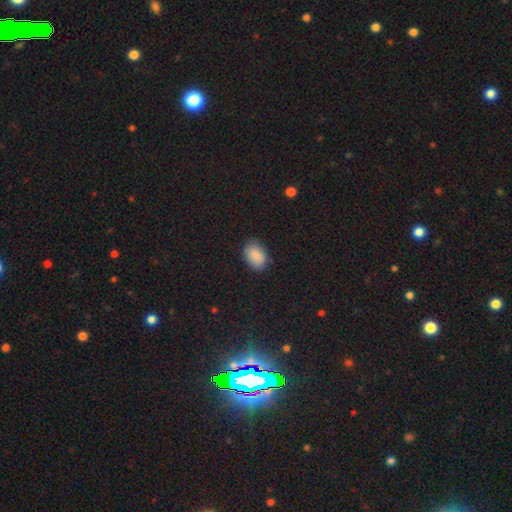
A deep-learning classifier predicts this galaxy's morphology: This appears to be a smooth galaxy with no disk features (89%) that is in between round and cigar-shaped (85%). Merging: none (82%).